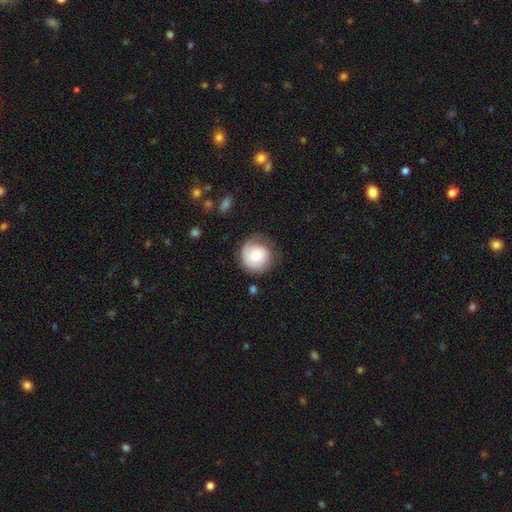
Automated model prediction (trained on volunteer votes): Q: Smooth or featured?
A: smooth (60%); runner-up: featured or disk (34%)
Q: How rounded?
A: round (90%); runner-up: in between (9%)
Q: Merging?
A: none (62%); runner-up: minor disturbance (24%)